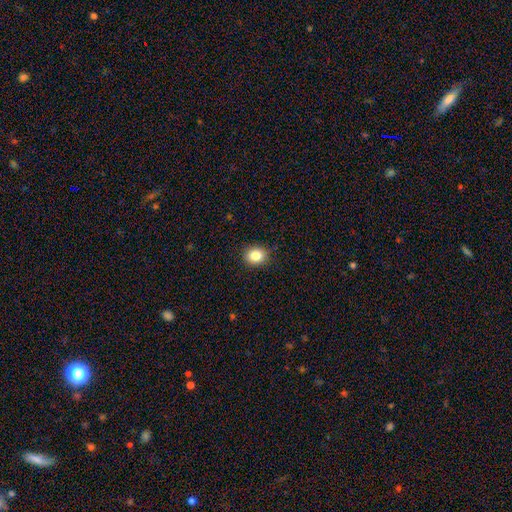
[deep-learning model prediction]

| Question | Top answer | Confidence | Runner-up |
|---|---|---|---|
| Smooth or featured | smooth | 84% | star or artifact (10%) |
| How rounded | round | 66% | in between (33%) |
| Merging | none | 88% | minor disturbance (9%) |